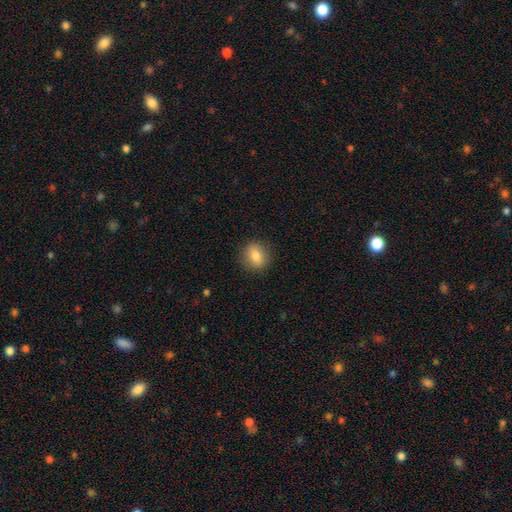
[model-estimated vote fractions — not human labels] Morphology: type=smooth (80%); roundness=round (67%); merging=none (88%).